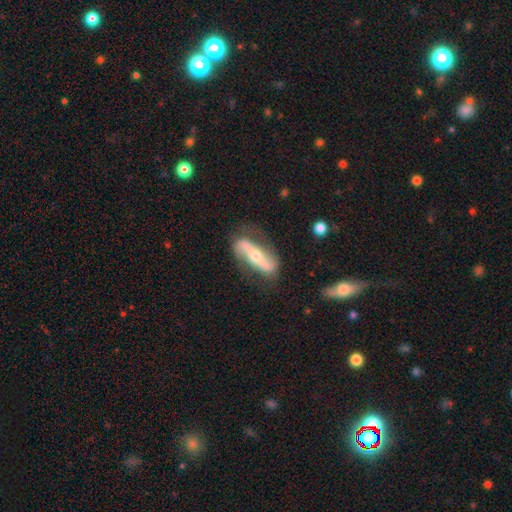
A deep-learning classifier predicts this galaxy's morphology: The model was most divided on "bulge size": moderate: 50%, small: 44%, large: 3%, none: 1%, dominant: 1%. More confident: spiral arms — yes (81%); smooth or featured — featured or disk (78%); edge-on disk — no (73%); merging — none (72%); bar — strong (64%).